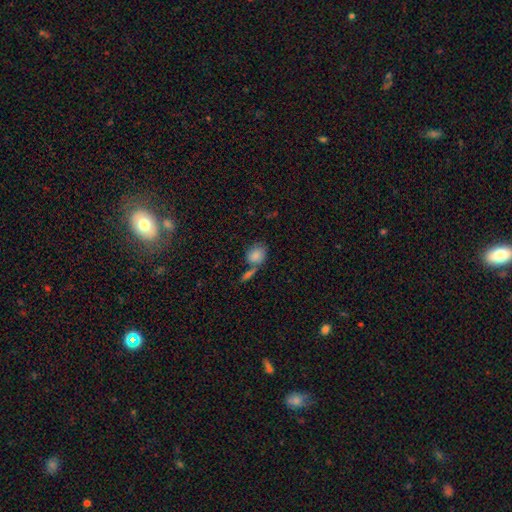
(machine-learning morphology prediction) This is clearly a smooth galaxy (83%). How rounded: possibly in between (52%). Merging: possibly none (46%).